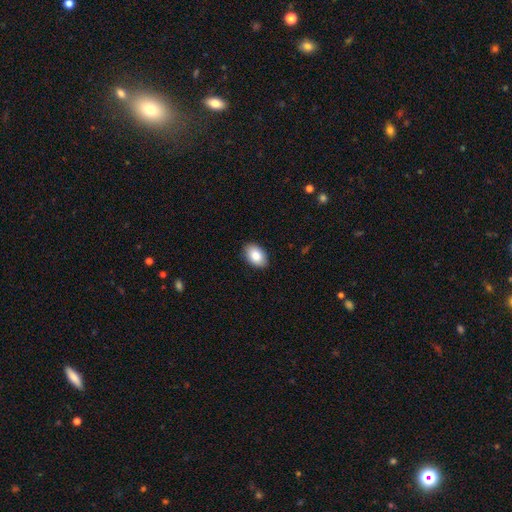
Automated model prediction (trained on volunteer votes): smooth_or_featured: smooth (p=0.87) [alt: star or artifact p=0.07]
how_rounded: in between (p=0.91) [alt: round p=0.08]
merging: none (p=0.89) [alt: minor disturbance p=0.08]